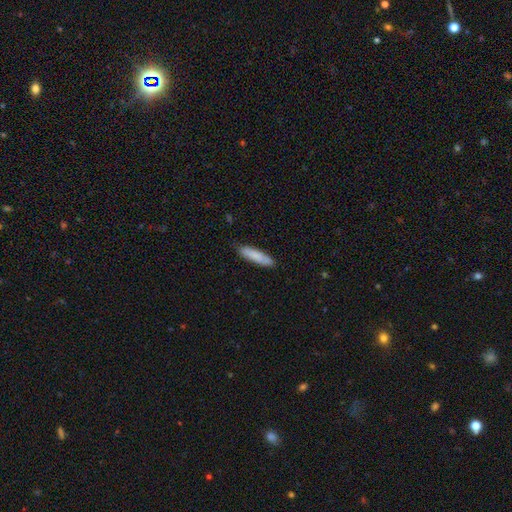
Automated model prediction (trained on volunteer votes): Smooth or featured?
  - smooth: 85% *
  - featured or disk: 9%
  - star or artifact: 5%
How rounded?
  - cigar-shaped: 78% *
  - in between: 21%
  - round: 1%
Merging?
  - none: 86% *
  - minor disturbance: 11%
  - major disturbance: 2%
  - merger: 1%